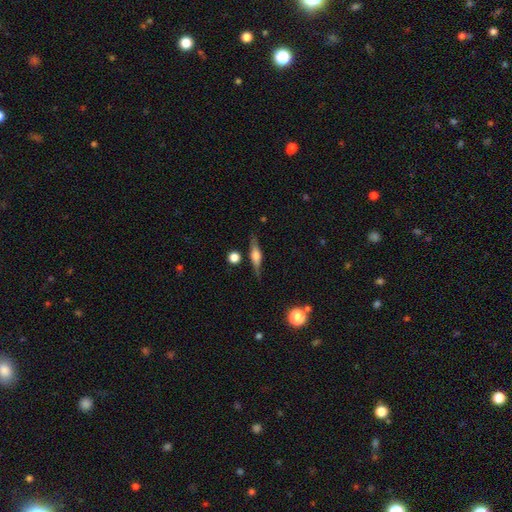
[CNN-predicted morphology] type=featured or disk (60%); edge-on=yes (95%); edge-on bulge=rounded (76%); merging=none (83%).